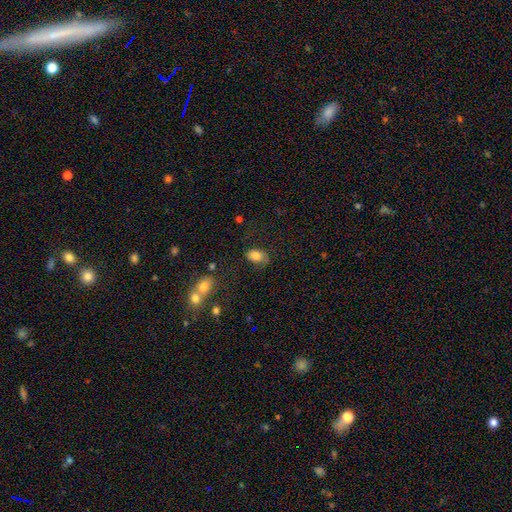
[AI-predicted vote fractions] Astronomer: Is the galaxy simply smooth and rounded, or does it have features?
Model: smooth — 76%.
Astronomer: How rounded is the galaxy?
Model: in between — 85%.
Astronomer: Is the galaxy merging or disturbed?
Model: none — 55%.